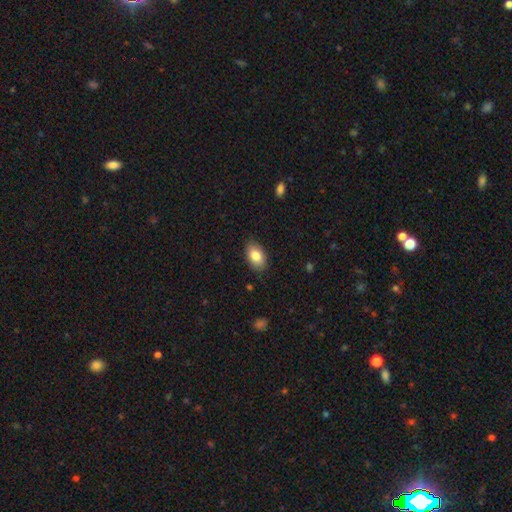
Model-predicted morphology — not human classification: Q: Smooth or featured?
A: smooth (83%); runner-up: featured or disk (9%)
Q: How rounded?
A: in between (91%); runner-up: round (8%)
Q: Merging?
A: none (85%); runner-up: minor disturbance (12%)